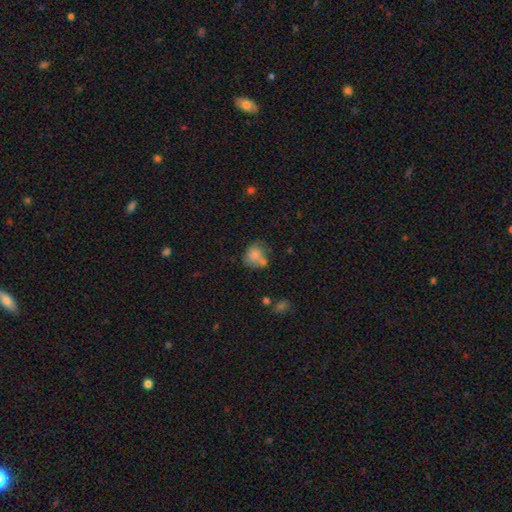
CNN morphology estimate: Overall: smooth (72%). How rounded: round (60%; in between 39%). Merging: none (39%; minor disturbance 26%).